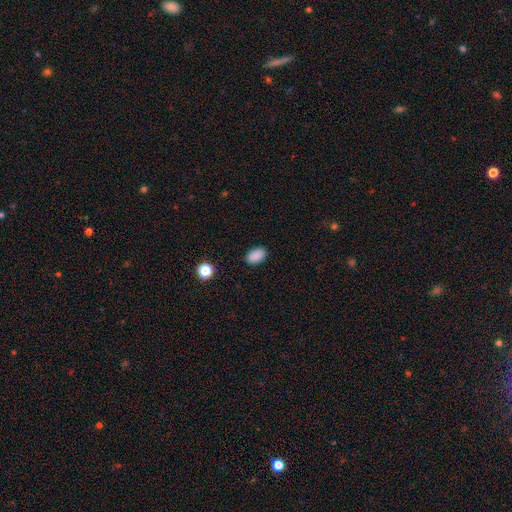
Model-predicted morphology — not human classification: Smooth or featured: smooth — 88% (star or artifact — 9%)
How rounded: in between — 90% (round — 9%)
Merging: none — 88% (minor disturbance — 9%)